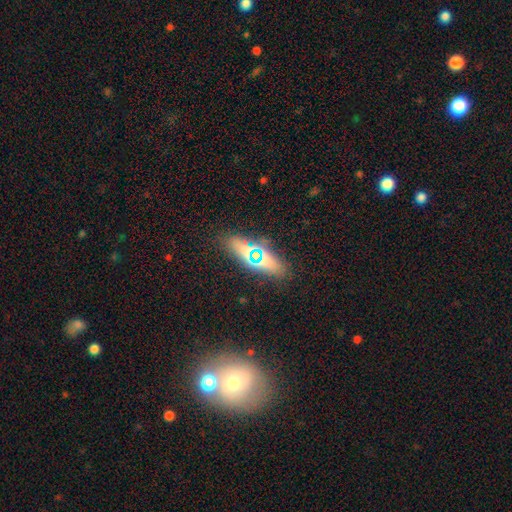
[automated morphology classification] This is possibly a smooth galaxy (53%). How rounded: likely in between (78%). Merging: likely none (77%).